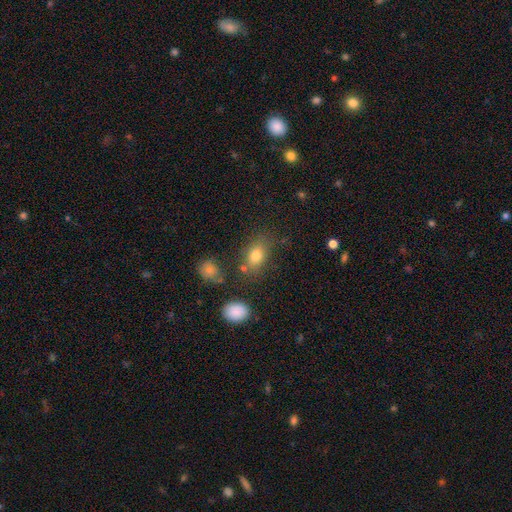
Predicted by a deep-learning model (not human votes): Q: Smooth or featured?
A: smooth (77%); runner-up: star or artifact (12%)
Q: How rounded?
A: in between (75%); runner-up: round (22%)
Q: Merging?
A: none (70%); runner-up: minor disturbance (16%)